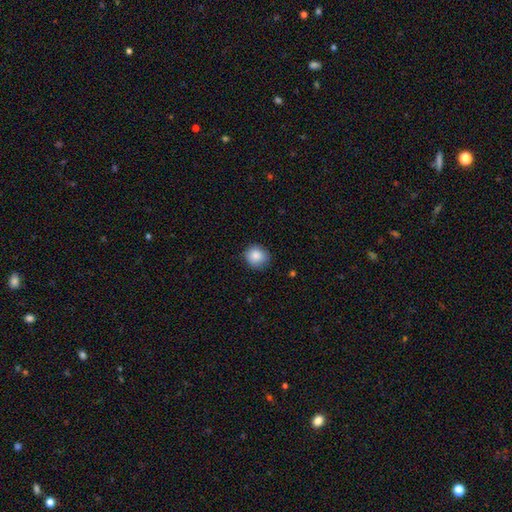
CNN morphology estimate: Q: Smooth or featured?
A: smooth (87%); runner-up: star or artifact (8%)
Q: How rounded?
A: round (86%); runner-up: in between (13%)
Q: Merging?
A: none (81%); runner-up: minor disturbance (15%)